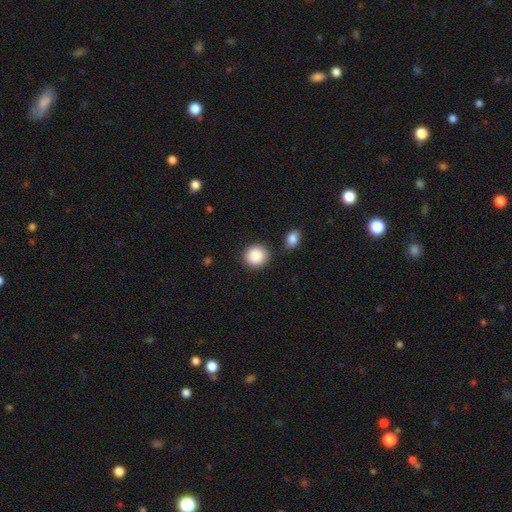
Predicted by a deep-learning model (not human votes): Smooth or featured? Predicted: smooth (p=0.90). How rounded? Predicted: round (p=0.88). Merging? Predicted: none (p=0.82).